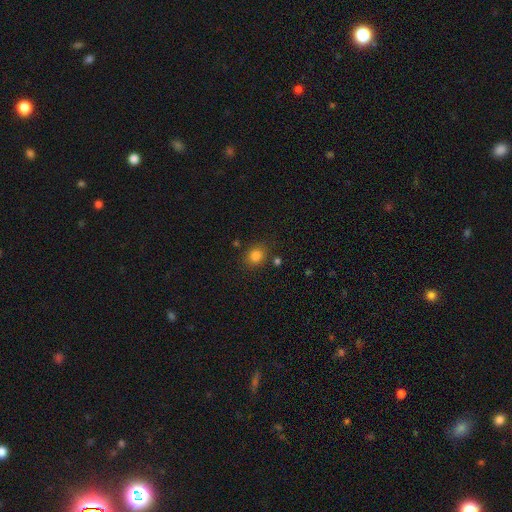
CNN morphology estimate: Smooth or featured? Predicted: smooth (p=0.82). How rounded? Predicted: round (p=0.73). Merging? Predicted: none (p=0.81).